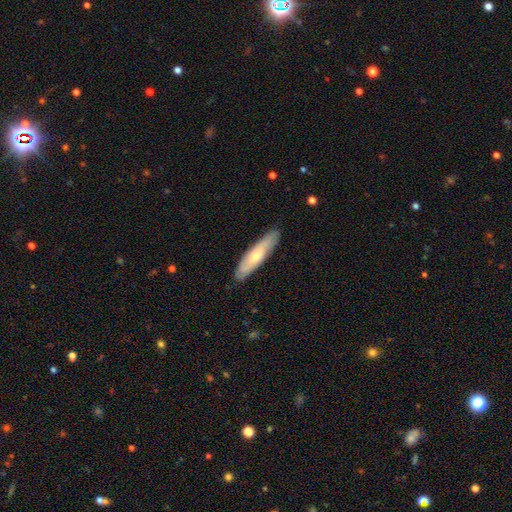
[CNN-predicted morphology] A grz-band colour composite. It shows a smooth galaxy with no disk features (53%) that is cigar-shaped (73%). Merging: none (85%).